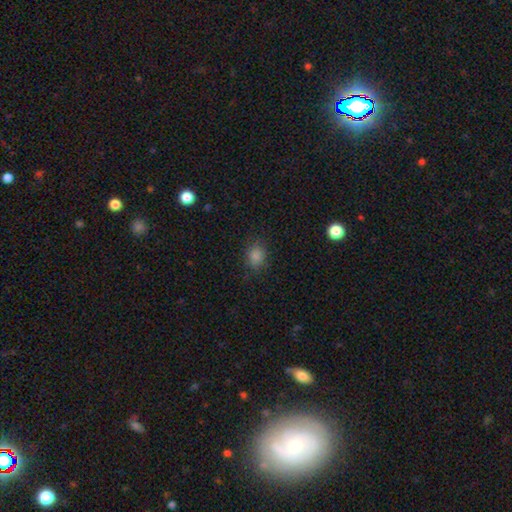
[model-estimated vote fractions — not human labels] This appears to be a smooth galaxy with no disk features (82%) that is round (57%). Merging: none (83%).